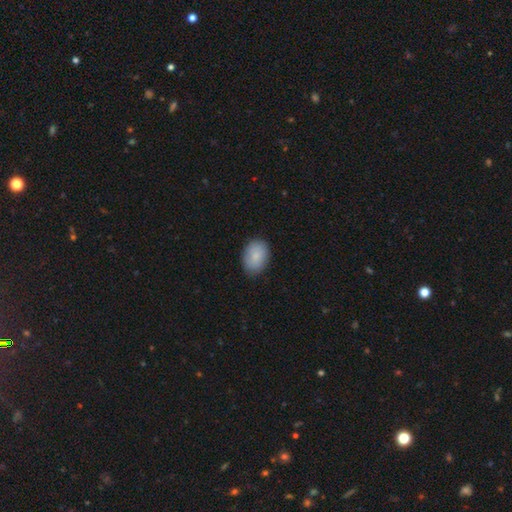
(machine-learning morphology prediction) Smooth or featured? smooth (87%)
How rounded? in between (79%)
Merging? none (83%)